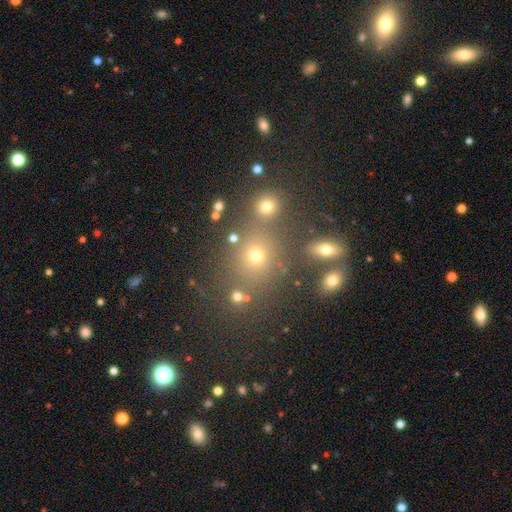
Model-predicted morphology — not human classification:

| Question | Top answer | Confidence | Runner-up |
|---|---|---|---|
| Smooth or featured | smooth | 62% | star or artifact (26%) |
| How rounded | round | 72% | in between (26%) |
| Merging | none | 69% | merger (16%) |